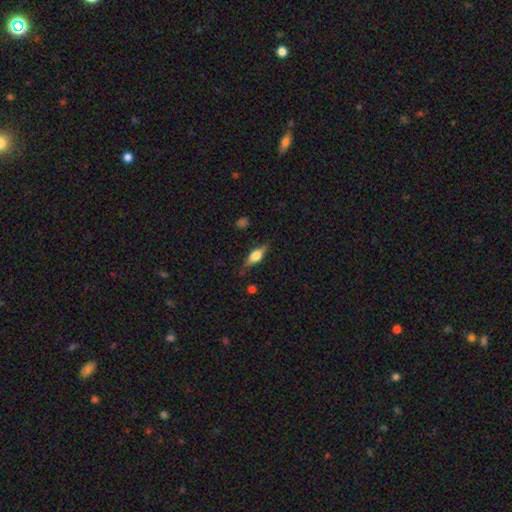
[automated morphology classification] Smooth or featured?
  - featured or disk: 57% *
  - smooth: 36%
  - star or artifact: 7%
Edge-on disk?
  - yes: 95% *
  - no: 5%
Edge-on bulge?
  - rounded: 88% *
  - boxy: 11%
  - none: 2%
Merging?
  - none: 82% *
  - minor disturbance: 13%
  - major disturbance: 4%
  - merger: 2%